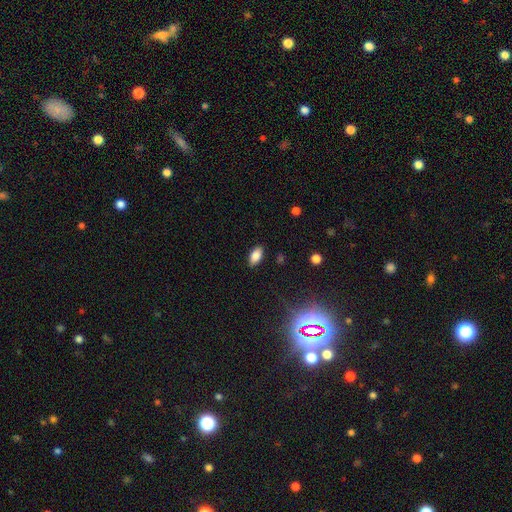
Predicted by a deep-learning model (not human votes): Morphology: type=smooth (83%); roundness=in between (91%); merging=none (88%).